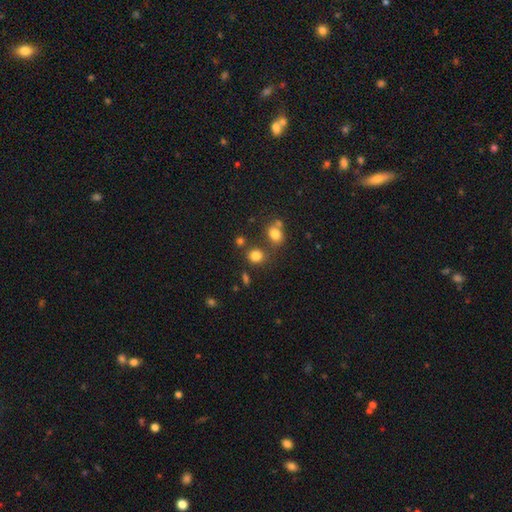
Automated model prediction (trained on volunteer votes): smooth-or-featured: smooth: 79% | star or artifact: 14% | featured or disk: 6%
  how-rounded: round: 70% | in between: 29% | cigar-shaped: 1%
  merging: none: 69% | merger: 15% | minor disturbance: 11% | major disturbance: 4%